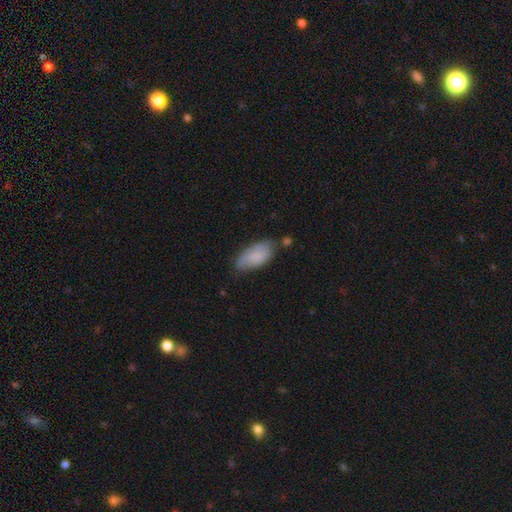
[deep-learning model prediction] smooth_or_featured: smooth (p=0.78) [alt: featured or disk p=0.15]
how_rounded: in between (p=0.90) [alt: cigar-shaped p=0.08]
merging: none (p=0.64) [alt: minor disturbance p=0.26]